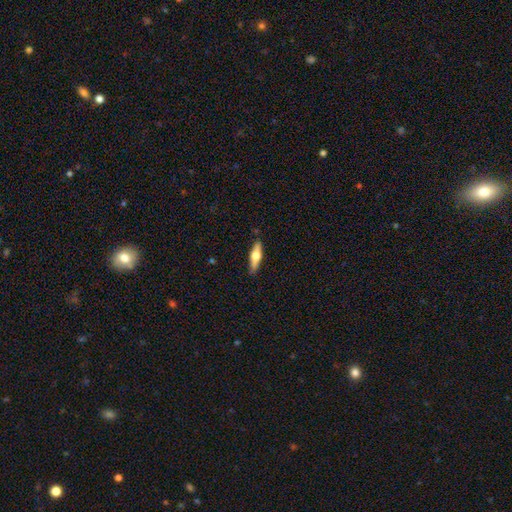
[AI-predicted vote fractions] Smooth or featured? featured or disk (51%)
Edge-on disk? yes (93%)
Merging? none (88%)